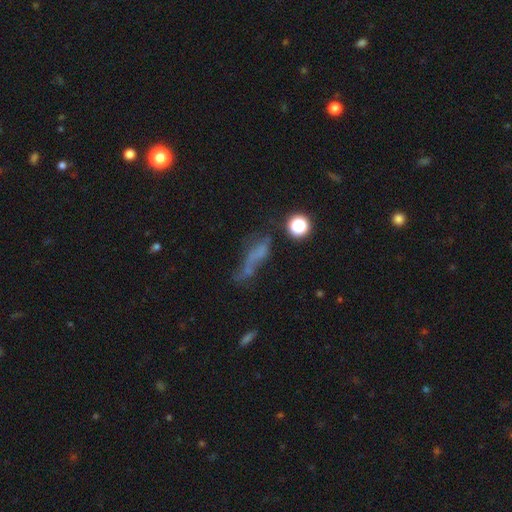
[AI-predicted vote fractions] smooth_or_featured: smooth (p=0.46) [alt: featured or disk p=0.31]
merging: none (p=0.37) [alt: major disturbance p=0.28]